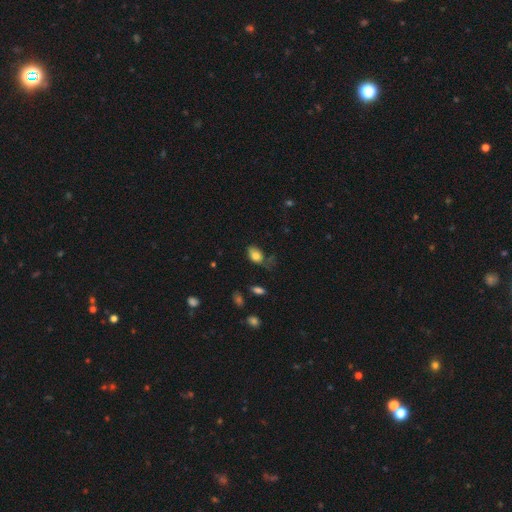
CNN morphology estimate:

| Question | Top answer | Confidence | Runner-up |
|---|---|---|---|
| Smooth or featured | smooth | 79% | featured or disk (12%) |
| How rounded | in between | 86% | round (12%) |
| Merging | none | 43% | minor disturbance (33%) |